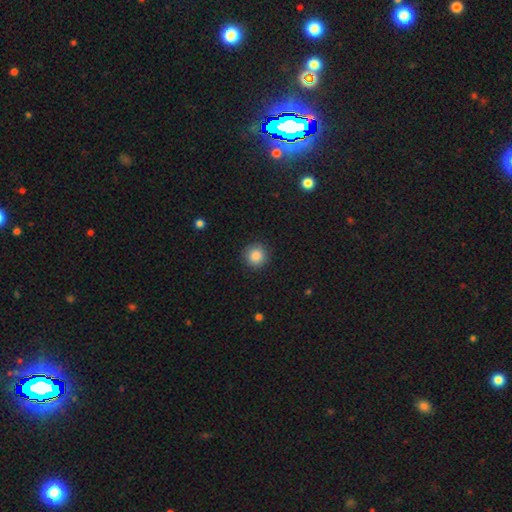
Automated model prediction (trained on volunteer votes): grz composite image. It shows a smooth galaxy with no disk features (87%) that is round (94%). Merging: none (91%).